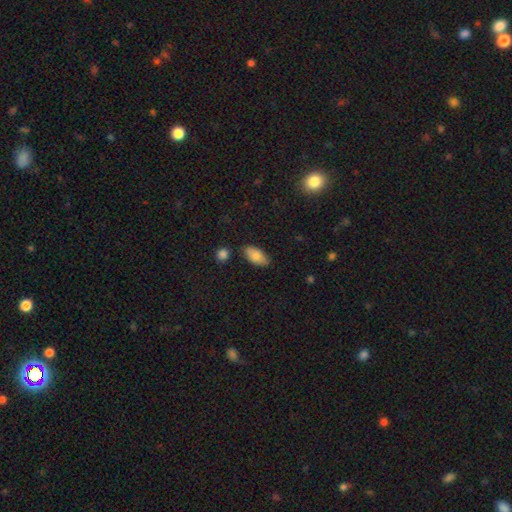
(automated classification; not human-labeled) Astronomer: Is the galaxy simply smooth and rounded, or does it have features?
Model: smooth — 83%.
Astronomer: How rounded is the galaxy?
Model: in between — 91%.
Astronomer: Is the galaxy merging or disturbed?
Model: none — 78%.